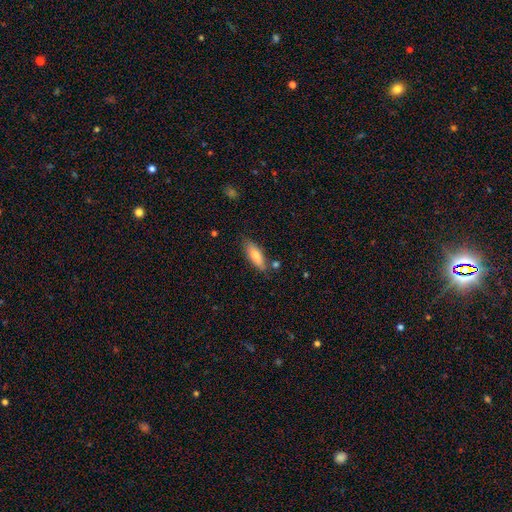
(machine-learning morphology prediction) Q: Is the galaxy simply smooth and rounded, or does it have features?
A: smooth — 77%.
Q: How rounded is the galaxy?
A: in between — 52%.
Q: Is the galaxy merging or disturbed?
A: none — 77%.